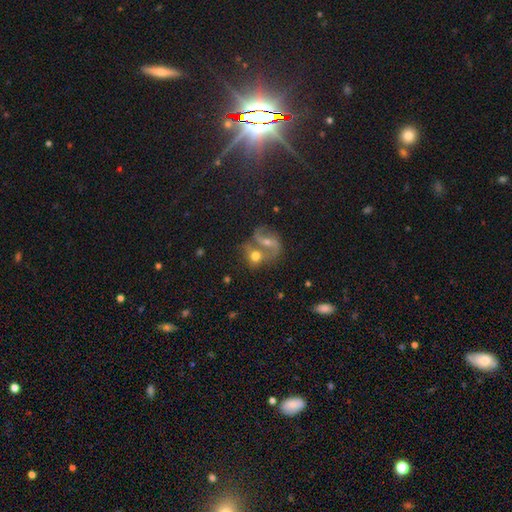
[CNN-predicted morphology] Smooth or featured? featured or disk (47%)
Merging? merger (51%)